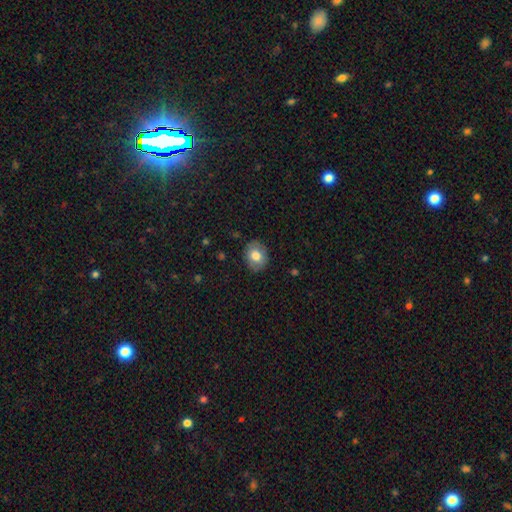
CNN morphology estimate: Smooth or featured: smooth — 76% (featured or disk — 16%)
How rounded: round — 54% (in between — 45%)
Merging: none — 87% (minor disturbance — 10%)